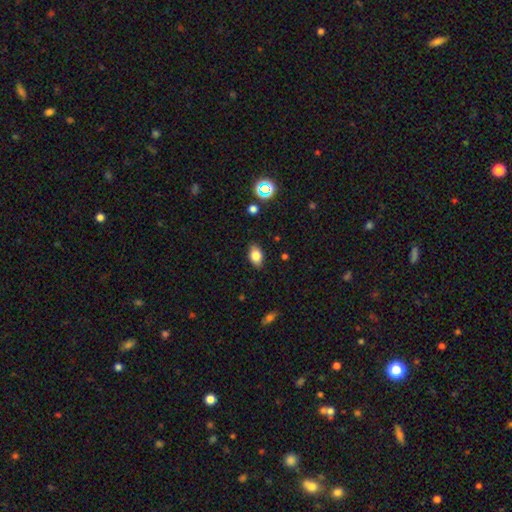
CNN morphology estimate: Smooth or featured: smooth — 80% (featured or disk — 10%)
How rounded: in between — 87% (round — 11%)
Merging: none — 85% (minor disturbance — 11%)